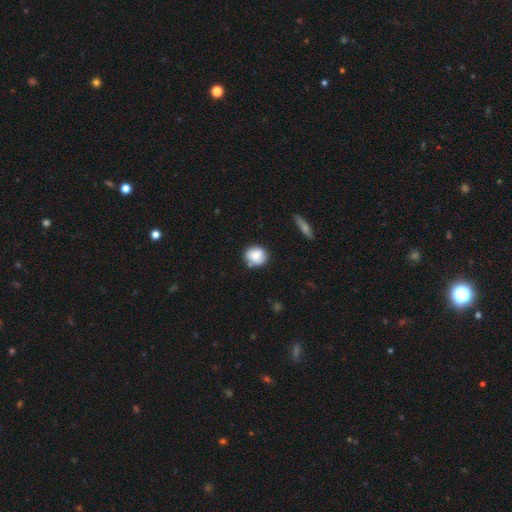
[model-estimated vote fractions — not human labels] smooth-or-featured: smooth: 72% | featured or disk: 19% | star or artifact: 8%
  how-rounded: round: 76% | in between: 22% | cigar-shaped: 1%
  merging: none: 71% | minor disturbance: 19% | merger: 5% | major disturbance: 4%